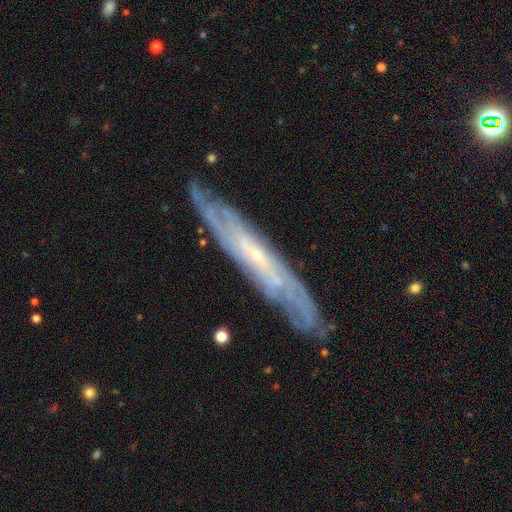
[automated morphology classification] smooth_or_featured: featured or disk (p=0.80) [alt: smooth p=0.13]
disk_edge_on: no (p=0.51) [alt: yes p=0.49]
merging: none (p=0.81) [alt: minor disturbance p=0.14]